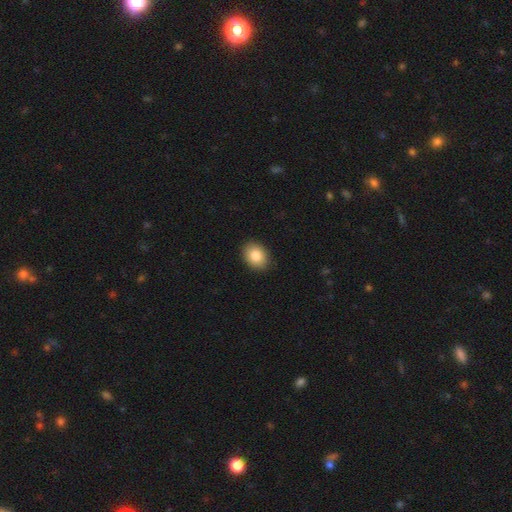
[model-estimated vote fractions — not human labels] Q: Smooth or featured?
A: smooth (84%); runner-up: star or artifact (8%)
Q: How rounded?
A: in between (60%); runner-up: round (39%)
Q: Merging?
A: none (90%); runner-up: minor disturbance (8%)